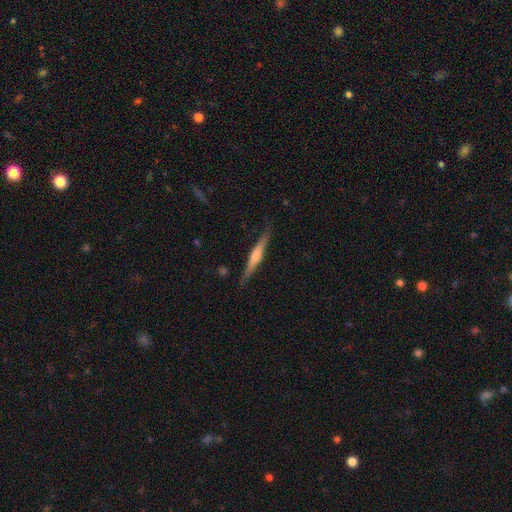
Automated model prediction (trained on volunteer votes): Overall: featured or disk (65%; smooth 29%). Edge-on disk: yes (97%). Edge-on bulge: rounded (84%). Merging: none (87%).